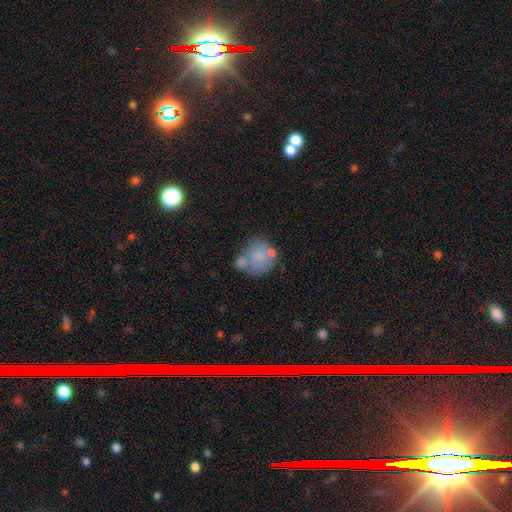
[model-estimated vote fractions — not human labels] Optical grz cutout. It shows a smooth galaxy with no disk features (63%) that is round (78%). Merging: none (46%).